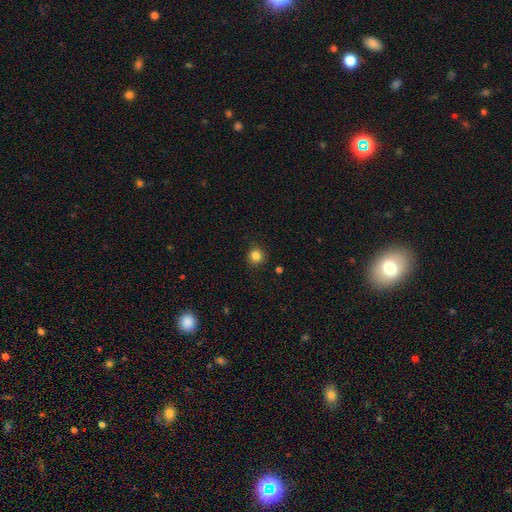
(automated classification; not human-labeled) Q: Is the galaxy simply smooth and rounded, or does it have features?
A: smooth — 84%.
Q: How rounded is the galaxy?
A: round — 92%.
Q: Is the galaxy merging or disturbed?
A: none — 89%.